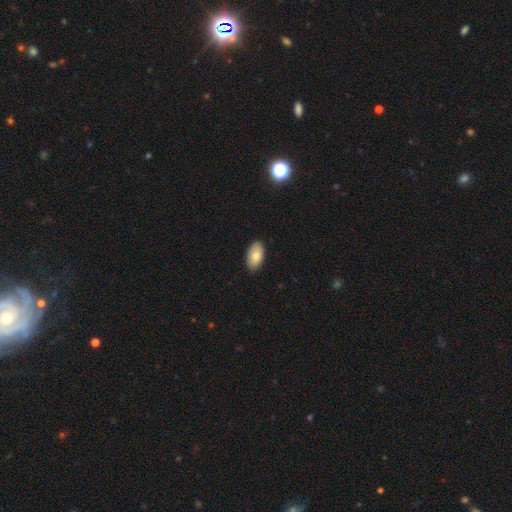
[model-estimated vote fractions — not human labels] Q: Smooth or featured?
A: smooth (80%); runner-up: featured or disk (13%)
Q: How rounded?
A: in between (95%); runner-up: round (3%)
Q: Merging?
A: none (87%); runner-up: minor disturbance (10%)